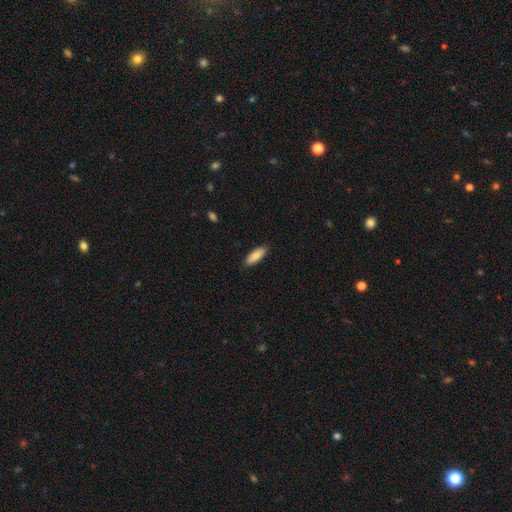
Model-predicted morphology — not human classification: Smooth or featured: smooth — 84% (featured or disk — 10%)
How rounded: in between — 63% (cigar-shaped — 35%)
Merging: none — 88% (minor disturbance — 9%)